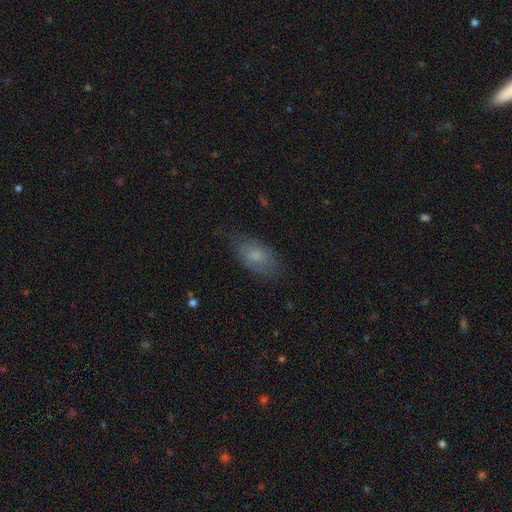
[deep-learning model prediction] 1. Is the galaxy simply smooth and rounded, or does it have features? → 69% smooth, 22% featured or disk, 8% star or artifact.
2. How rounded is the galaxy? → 90% in between, 6% round, 4% cigar-shaped.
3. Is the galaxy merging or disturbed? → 66% none, 24% minor disturbance, 9% major disturbance, 1% merger.